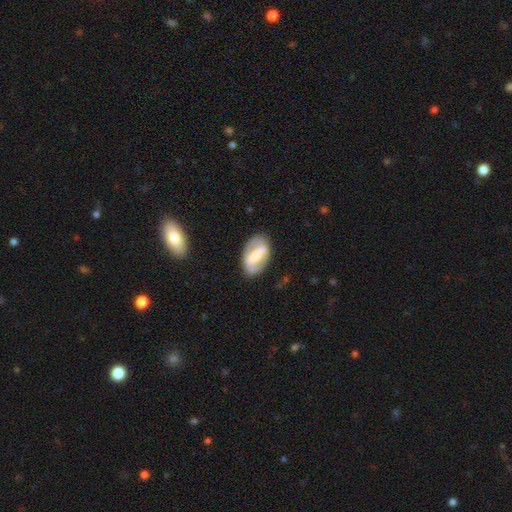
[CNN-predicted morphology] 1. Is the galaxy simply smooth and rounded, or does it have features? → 64% featured or disk, 30% smooth, 6% star or artifact.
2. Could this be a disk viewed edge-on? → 90% no, 10% yes.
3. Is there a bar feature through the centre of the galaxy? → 75% strong, 17% weak, 8% no.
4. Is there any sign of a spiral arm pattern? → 62% no, 38% yes.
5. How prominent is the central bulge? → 45% moderate, 32% small, 13% large, 7% none, 2% dominant.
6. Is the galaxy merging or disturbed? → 78% none, 14% minor disturbance, 6% major disturbance, 2% merger.